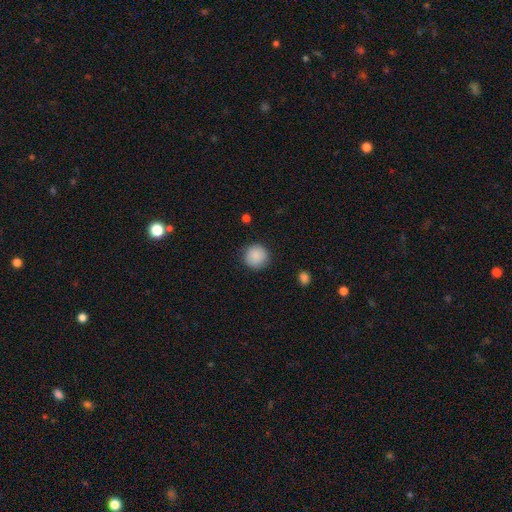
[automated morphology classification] Overall: smooth (89%). How rounded: round (94%). Merging: none (88%).